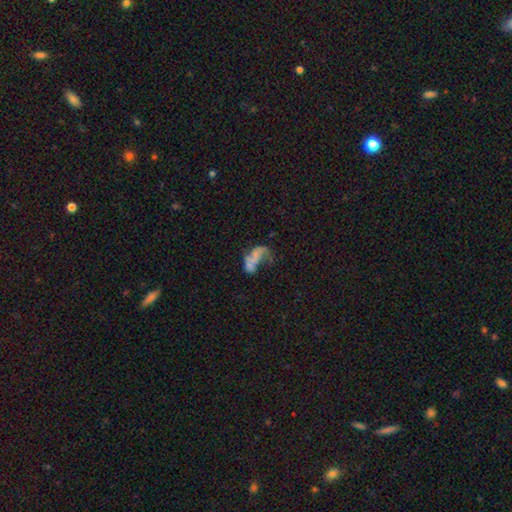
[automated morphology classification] This is possibly a featured or disk galaxy (56%). It is clearly not viewed edge-on (97%). Bar: likely no (76%). Spiral arm pattern: possibly no (53%). Central bulge: likely none (67%). Merging: marginally major disturbance (36%).